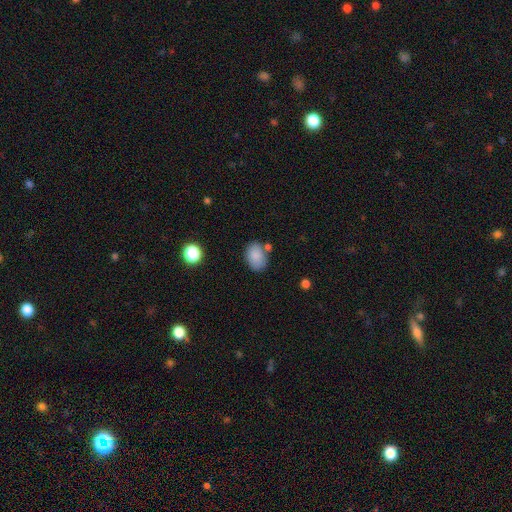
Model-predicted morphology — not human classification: smooth 86%, star or artifact 8%, featured or disk 6%. Down the decision tree: how rounded — in between (80%); merging — none (73%).